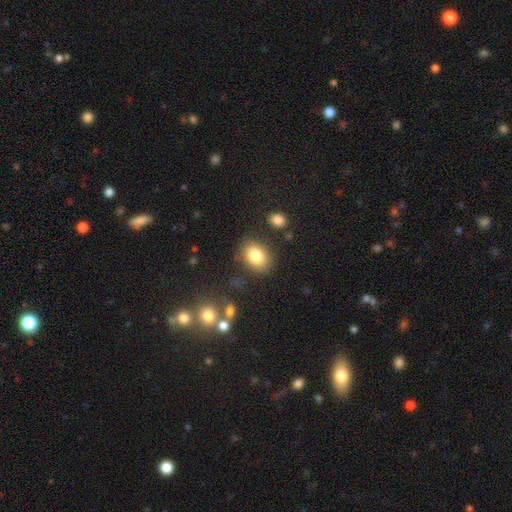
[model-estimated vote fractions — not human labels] Q: Smooth or featured?
A: smooth (82%); runner-up: featured or disk (9%)
Q: How rounded?
A: in between (67%); runner-up: round (32%)
Q: Merging?
A: none (79%); runner-up: minor disturbance (12%)